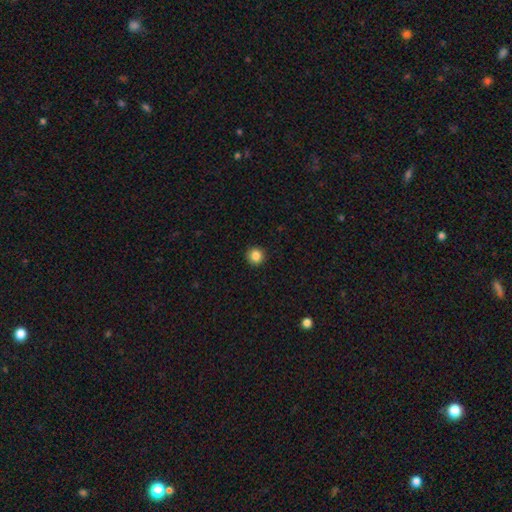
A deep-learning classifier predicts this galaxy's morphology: Smooth or featured? smooth (85%)
How rounded? round (94%)
Merging? none (93%)